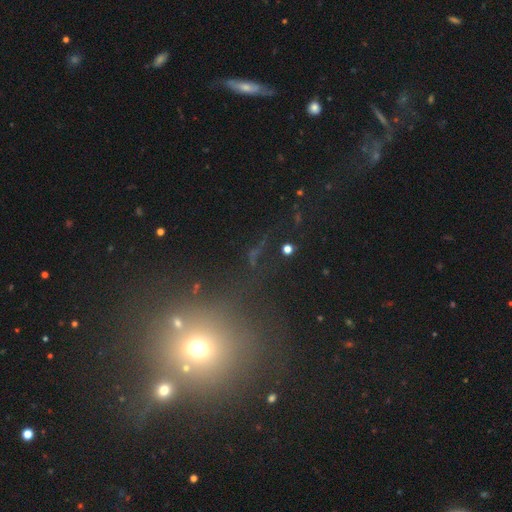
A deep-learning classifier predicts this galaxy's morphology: Smooth or featured? star or artifact (47%)